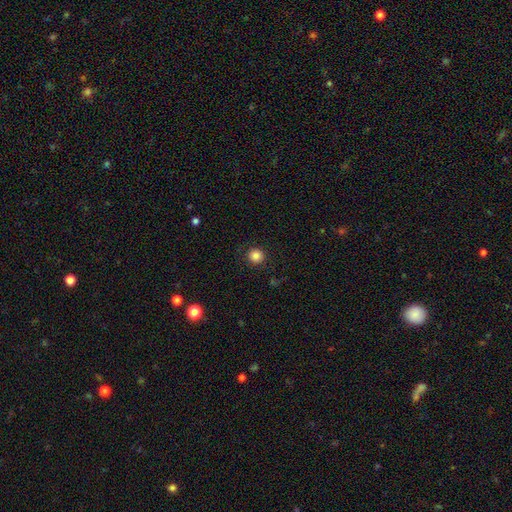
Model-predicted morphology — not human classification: The model was most divided on "smooth or featured": smooth: 84%, star or artifact: 11%, featured or disk: 4%. More confident: how rounded — round (94%); merging — none (89%).